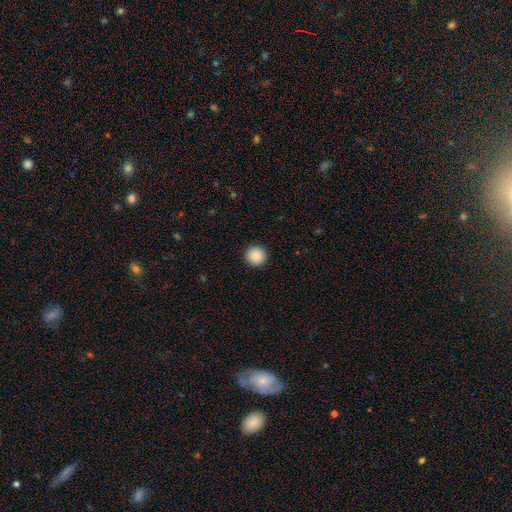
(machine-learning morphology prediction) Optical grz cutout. It shows a smooth galaxy with no disk features (88%) that is round (96%). Merging: none (93%).